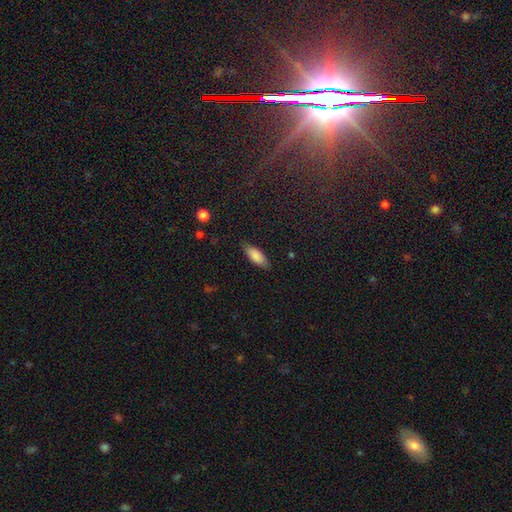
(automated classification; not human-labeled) Smooth or featured: smooth — 84% (featured or disk — 10%)
How rounded: in between — 73% (cigar-shaped — 25%)
Merging: none — 81% (minor disturbance — 15%)